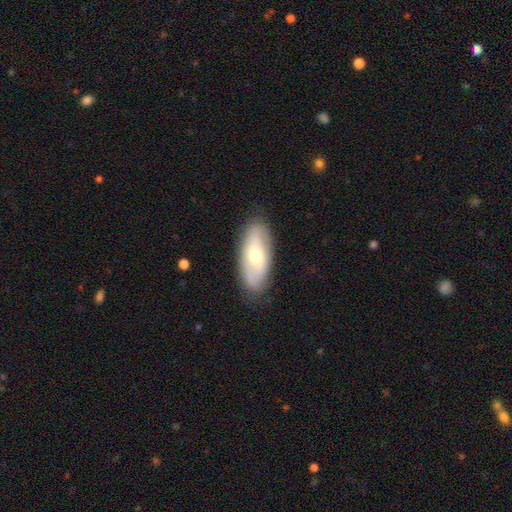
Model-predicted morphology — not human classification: type=featured or disk (47%); merging=none (85%).